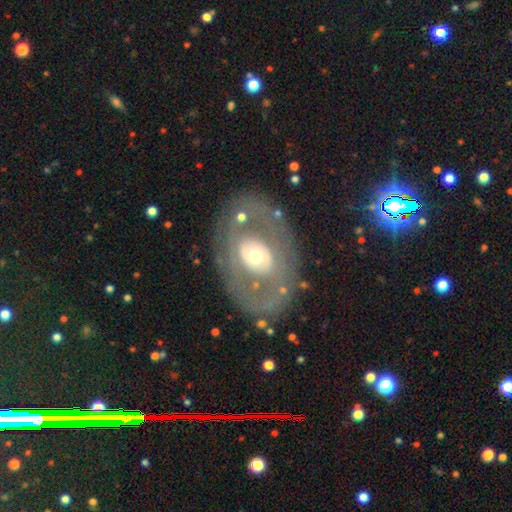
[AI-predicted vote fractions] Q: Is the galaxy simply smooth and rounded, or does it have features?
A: featured or disk — 65%.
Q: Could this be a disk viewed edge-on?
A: no — 92%.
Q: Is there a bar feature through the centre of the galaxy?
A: no — 82%.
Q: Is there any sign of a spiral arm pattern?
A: no — 79%.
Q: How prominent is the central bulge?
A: moderate — 62%.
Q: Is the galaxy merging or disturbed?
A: none — 76%.